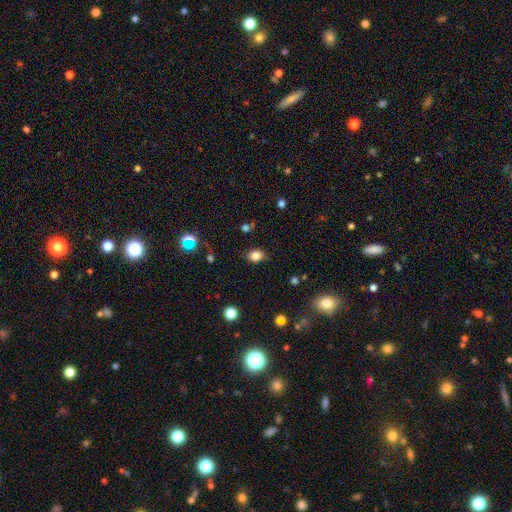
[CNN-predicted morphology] A smooth galaxy with no disk features (83%) that is in between round and cigar-shaped (54%). Merging: none (82%).